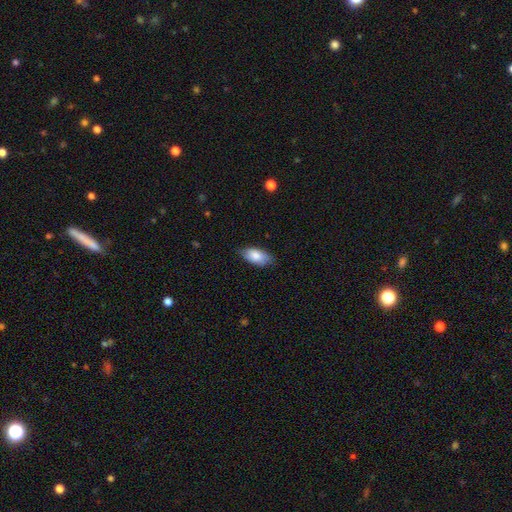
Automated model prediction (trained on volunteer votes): Overall: smooth (84%). How rounded: in between (92%). Merging: none (77%).